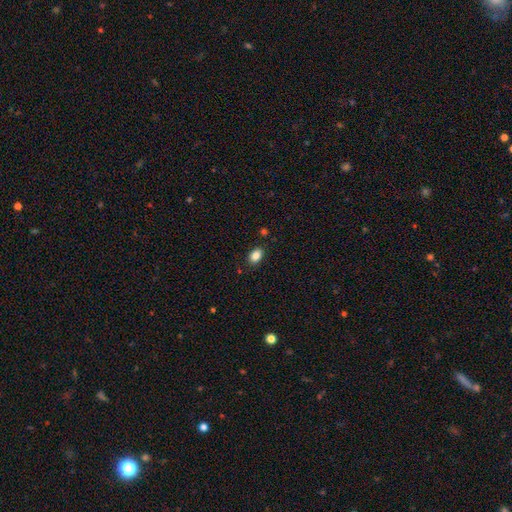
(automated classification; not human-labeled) smooth 86%, star or artifact 9%, featured or disk 5%. Down the decision tree: how rounded — in between (82%); merging — none (86%).